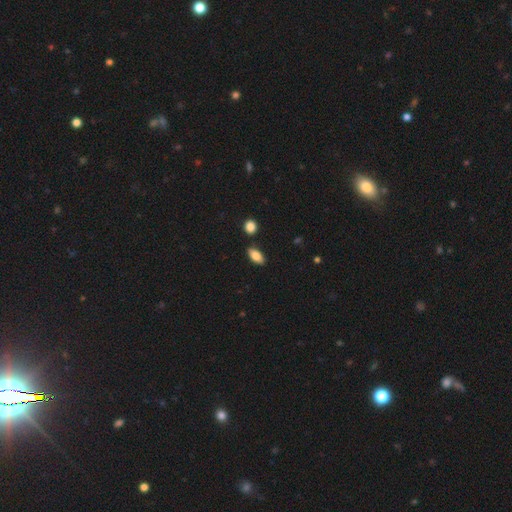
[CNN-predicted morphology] A smooth galaxy with no disk features (82%) that is in between round and cigar-shaped (87%).

Vote fractions:
- Smooth or featured? smooth: 82% / featured or disk: 11% / star or artifact: 7%
- How rounded? in between: 87% / cigar-shaped: 10% / round: 3%
- Merging? none: 84% / minor disturbance: 10% / merger: 4% / major disturbance: 2%